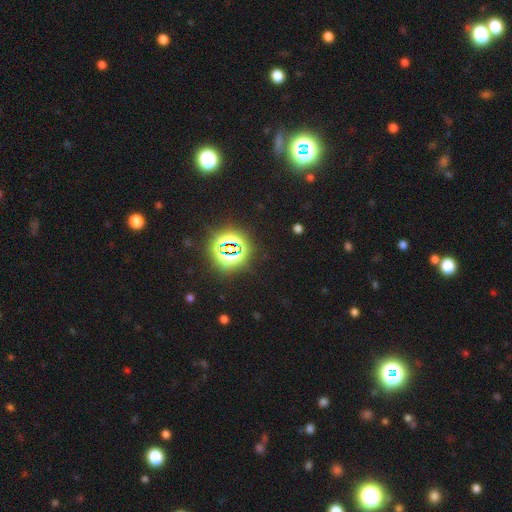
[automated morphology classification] Smooth or featured? Predicted: star or artifact (p=0.84).